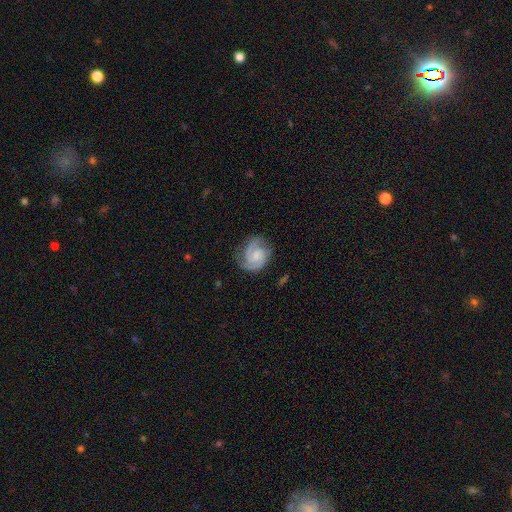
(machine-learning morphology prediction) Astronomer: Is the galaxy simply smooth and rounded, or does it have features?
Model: featured or disk — 80%.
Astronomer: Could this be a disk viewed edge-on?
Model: no — 98%.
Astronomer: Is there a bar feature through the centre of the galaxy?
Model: no — 59% (runner-up: weak, 36%).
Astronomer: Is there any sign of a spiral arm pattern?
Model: yes — 97%.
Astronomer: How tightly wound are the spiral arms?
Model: medium — 44%, tied with tight at 44%.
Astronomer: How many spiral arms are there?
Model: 2 — 67%.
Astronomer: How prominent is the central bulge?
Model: small — 43% (runner-up: moderate, 29%).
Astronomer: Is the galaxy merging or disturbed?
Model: none — 71%.